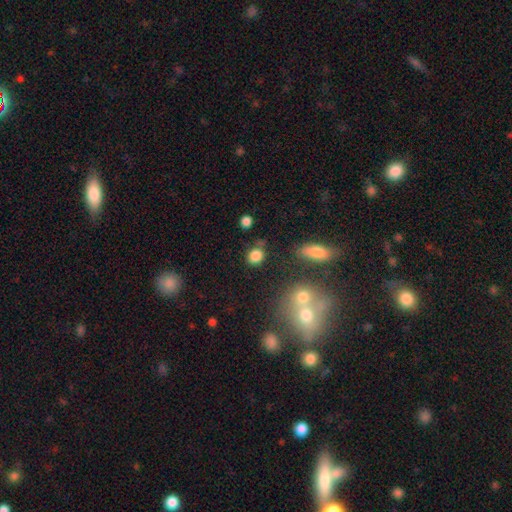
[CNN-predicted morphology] This is clearly a smooth galaxy (83%). How rounded: likely round (68%). Merging: likely none (71%).